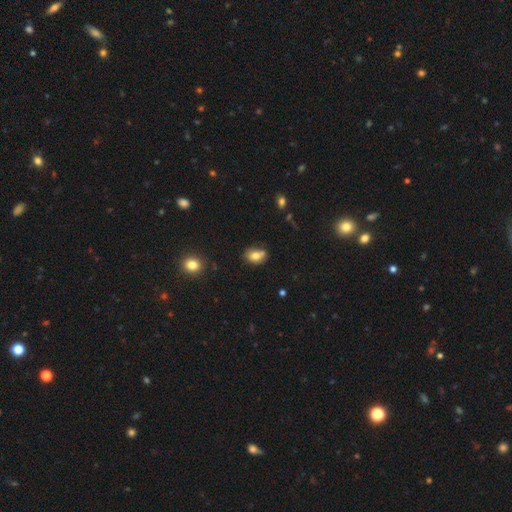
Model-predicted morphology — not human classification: This appears to be a smooth galaxy with no disk features (76%) that is in between round and cigar-shaped (69%). Merging: none (54%).